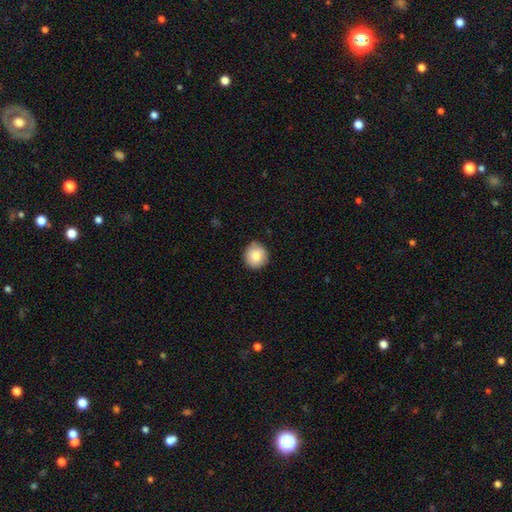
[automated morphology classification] smooth-or-featured: smooth: 81% | featured or disk: 10% | star or artifact: 8%
  how-rounded: round: 92% | in between: 7% | cigar-shaped: 1%
  merging: none: 86% | minor disturbance: 11% | major disturbance: 2% | merger: 1%